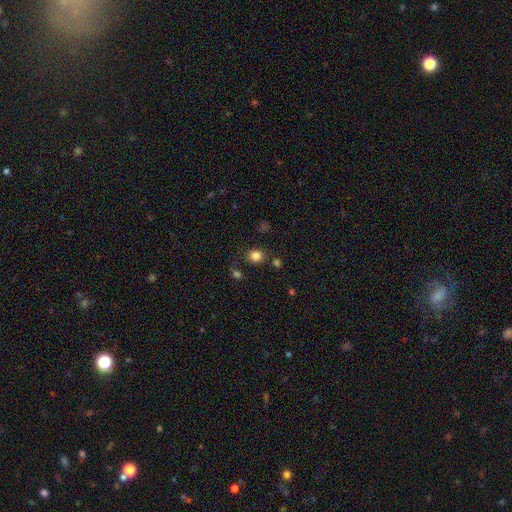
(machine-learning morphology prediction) This appears to be a smooth galaxy with no disk features (83%) that is round (74%). Merging: none (80%).